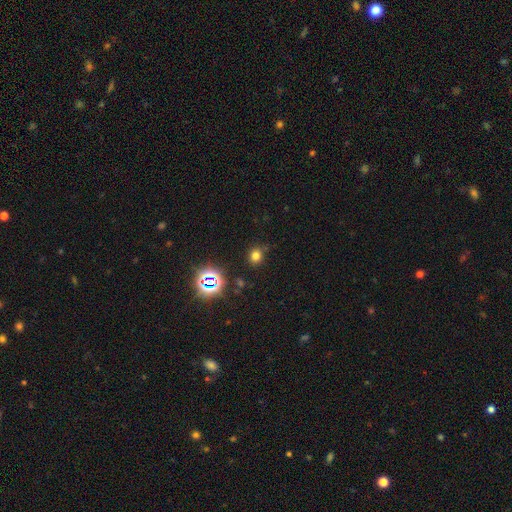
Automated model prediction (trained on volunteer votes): A smooth galaxy with no disk features (70%) that is round (79%). Merging: none (80%).